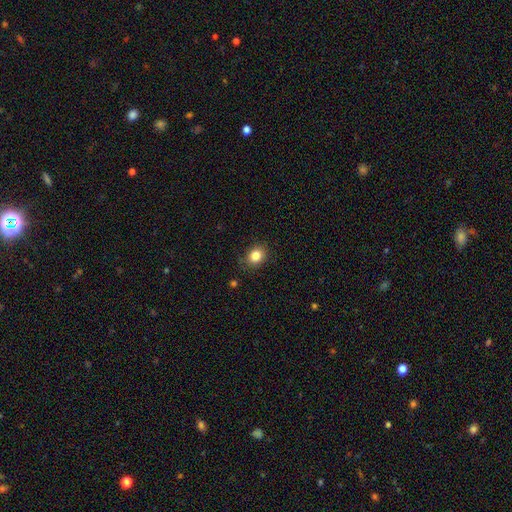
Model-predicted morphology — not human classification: Smooth or featured? Predicted: smooth (p=0.84). How rounded? Predicted: round (p=0.59). Merging? Predicted: none (p=0.84).